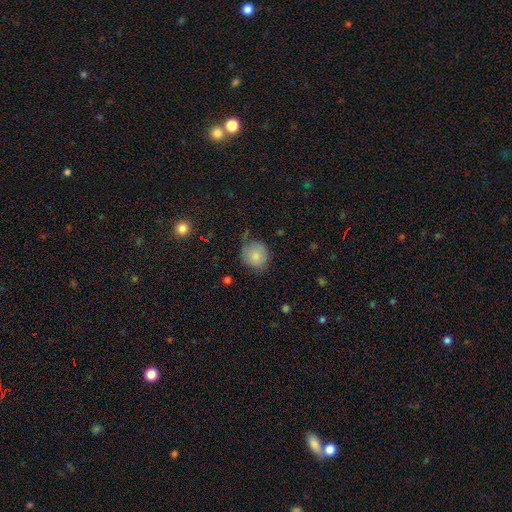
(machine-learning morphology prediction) Smooth or featured: smooth — 83% (featured or disk — 9%)
How rounded: round — 89% (in between — 10%)
Merging: none — 69% (minor disturbance — 23%)